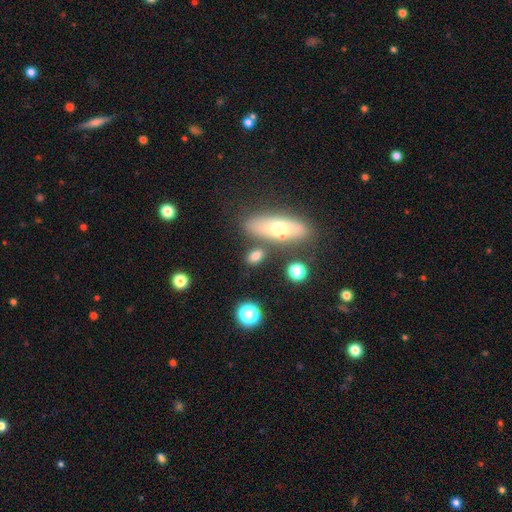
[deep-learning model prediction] Overall: smooth (73%). How rounded: in between (69%). Merging: none (72%).